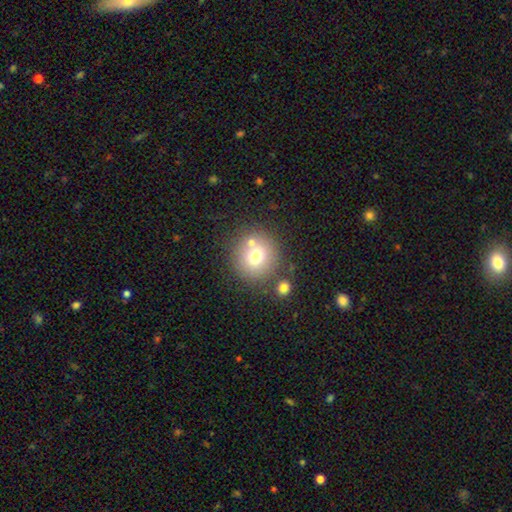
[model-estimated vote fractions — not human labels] A smooth galaxy with no disk features (70%) that is round (88%).

Vote fractions:
- Smooth or featured? smooth: 70% / featured or disk: 17% / star or artifact: 13%
- How rounded? round: 88% / in between: 11% / cigar-shaped: 1%
- Merging? none: 69% / merger: 16% / minor disturbance: 10% / major disturbance: 4%